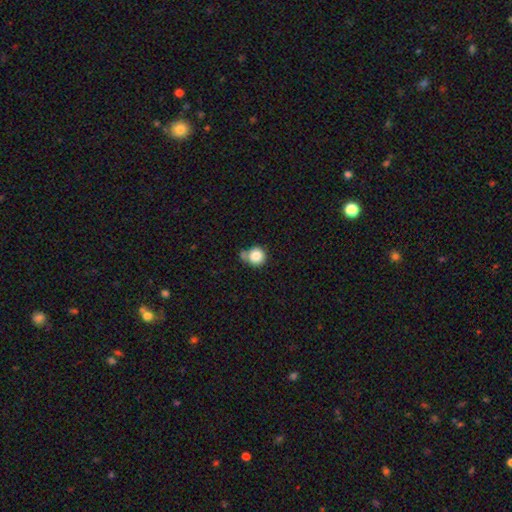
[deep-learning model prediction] Q: Smooth or featured?
A: smooth (84%); runner-up: star or artifact (9%)
Q: How rounded?
A: round (90%); runner-up: in between (9%)
Q: Merging?
A: none (54%); runner-up: minor disturbance (21%)